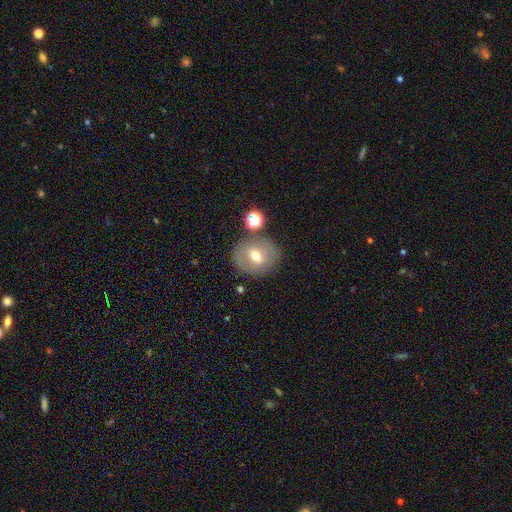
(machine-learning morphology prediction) Smooth or featured? Predicted: smooth (p=0.51). How rounded? Predicted: round (p=0.69). Merging? Predicted: none (p=0.75).